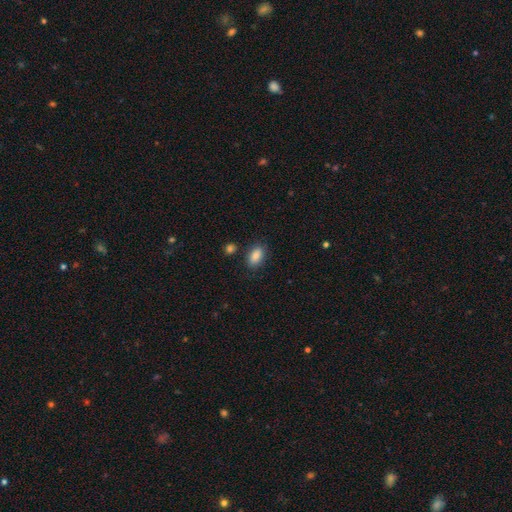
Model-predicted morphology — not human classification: Smooth or featured?
  - smooth: 87% *
  - star or artifact: 8%
  - featured or disk: 5%
How rounded?
  - in between: 90% *
  - round: 8%
  - cigar-shaped: 2%
Merging?
  - none: 82% *
  - minor disturbance: 12%
  - merger: 3%
  - major disturbance: 3%